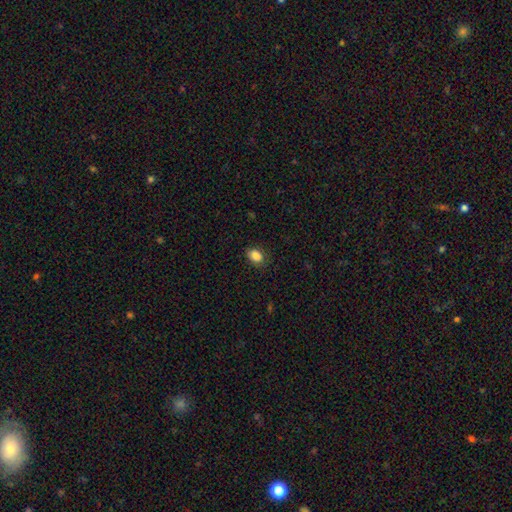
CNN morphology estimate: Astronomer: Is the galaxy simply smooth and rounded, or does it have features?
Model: smooth — 88%.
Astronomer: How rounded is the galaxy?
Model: in between — 72%.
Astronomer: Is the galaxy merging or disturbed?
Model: none — 84%.